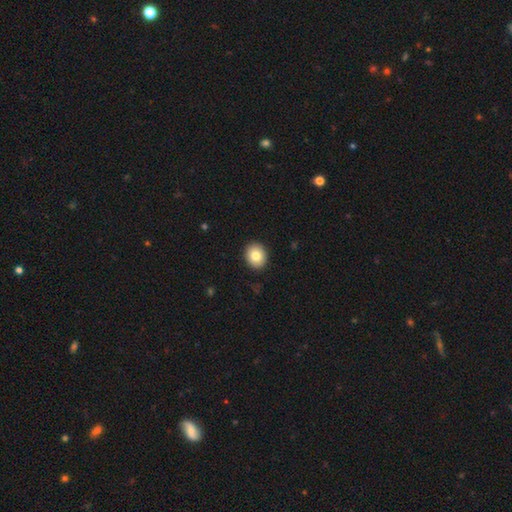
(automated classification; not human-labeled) This appears to be a smooth galaxy with no disk features (81%) that is round (64%). Merging: none (91%).